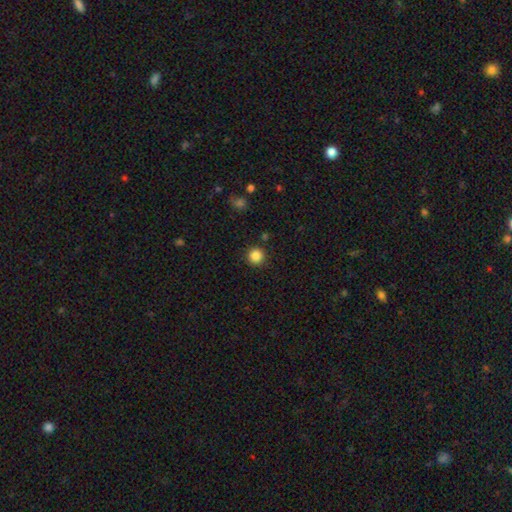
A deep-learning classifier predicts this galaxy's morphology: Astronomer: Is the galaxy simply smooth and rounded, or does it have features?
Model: smooth — 86%.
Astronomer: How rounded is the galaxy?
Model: round — 95%.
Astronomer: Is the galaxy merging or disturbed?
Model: none — 90%.